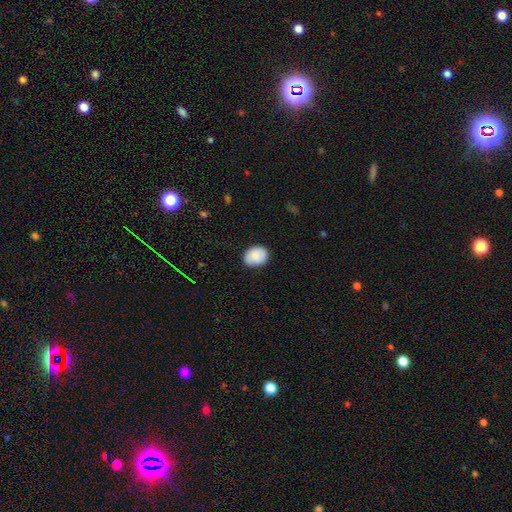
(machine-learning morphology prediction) smooth 81%, featured or disk 12%, star or artifact 7%. Down the decision tree: how rounded — round (52%); merging — none (78%).